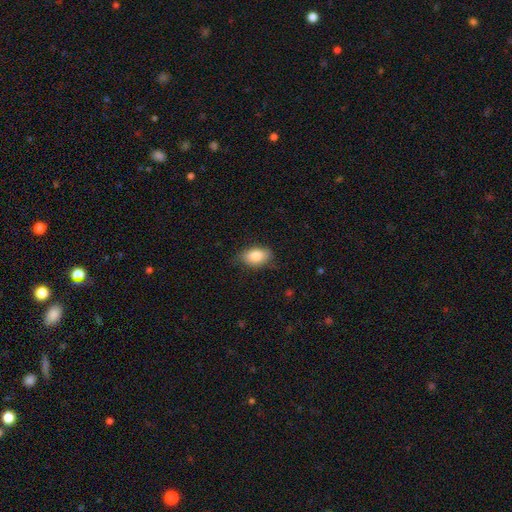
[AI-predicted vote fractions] Morphology: type=smooth (84%); roundness=in between (88%); merging=none (75%).